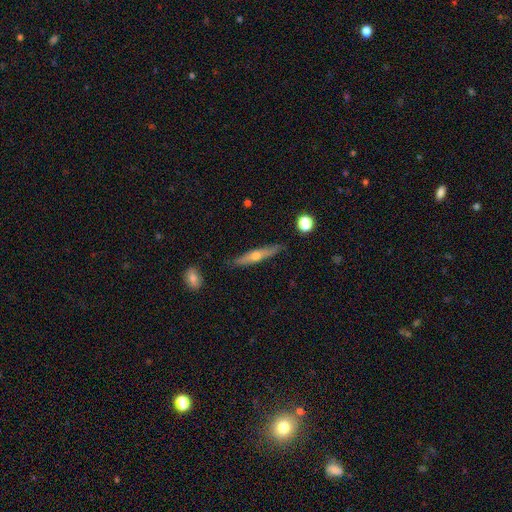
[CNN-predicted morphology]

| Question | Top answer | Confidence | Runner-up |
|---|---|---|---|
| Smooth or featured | featured or disk | 56% | smooth (38%) |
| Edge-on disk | yes | 92% | no (8%) |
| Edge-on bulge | rounded | 87% | none (10%) |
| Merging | none | 86% | minor disturbance (11%) |